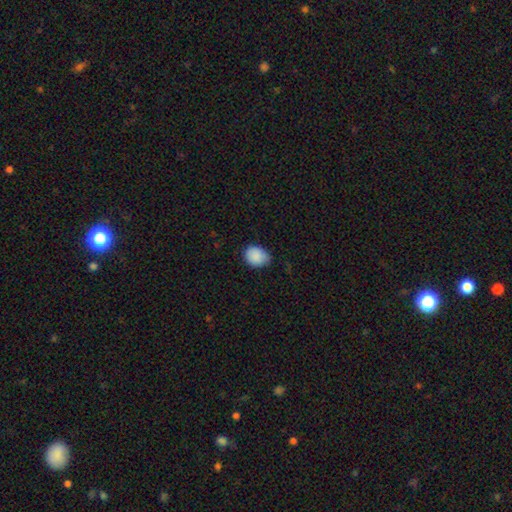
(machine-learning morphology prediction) This appears to be a smooth galaxy with no disk features (89%) that is round (52%). Merging: none (67%).